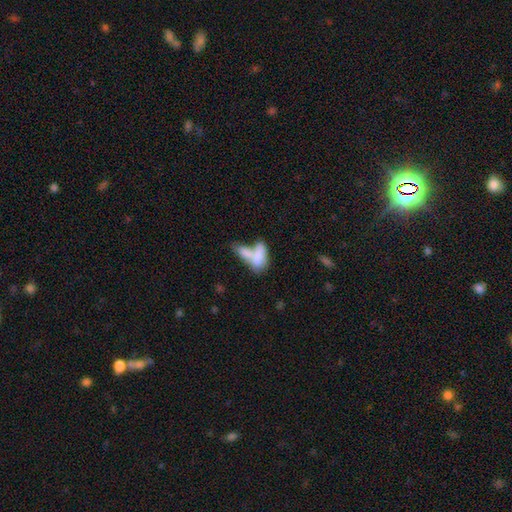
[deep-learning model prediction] Smooth or featured?
  - smooth: 74% *
  - featured or disk: 19%
  - star or artifact: 7%
How rounded?
  - in between: 82% *
  - cigar-shaped: 14%
  - round: 4%
Merging?
  - merger: 69% *
  - none: 17%
  - minor disturbance: 7%
  - major disturbance: 7%